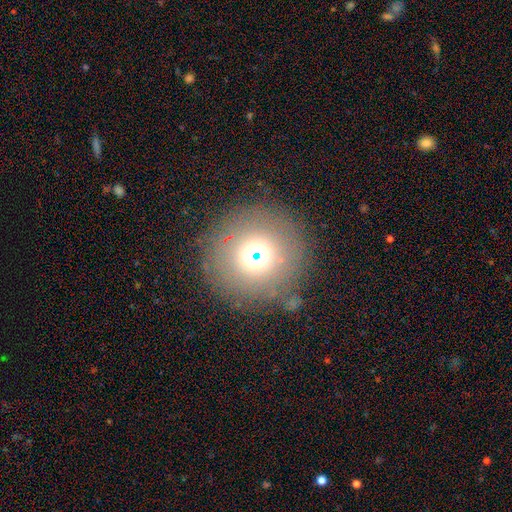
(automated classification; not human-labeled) This appears to be a smooth galaxy with no disk features (53%) that is round (93%). Merging: none (82%).